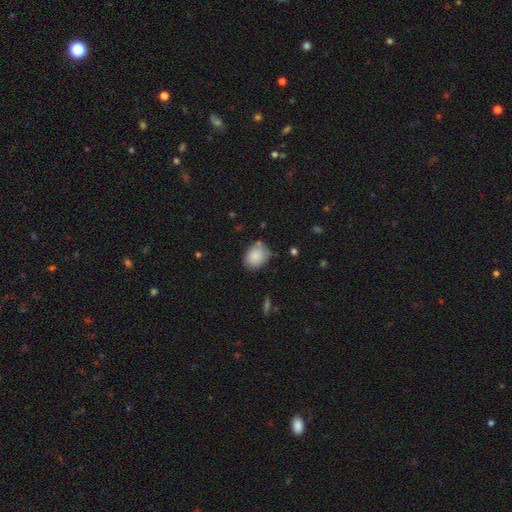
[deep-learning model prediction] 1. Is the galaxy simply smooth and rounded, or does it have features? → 86% smooth, 8% star or artifact, 6% featured or disk.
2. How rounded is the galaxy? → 59% in between, 39% round, 1% cigar-shaped.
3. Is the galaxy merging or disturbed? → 71% none, 21% minor disturbance, 4% major disturbance, 4% merger.